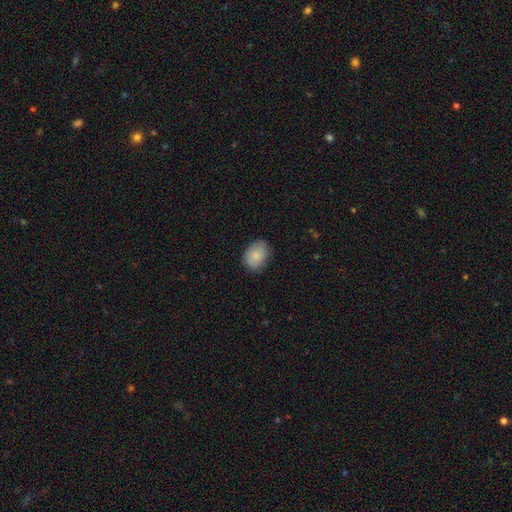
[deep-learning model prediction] smooth-or-featured: smooth: 80% | featured or disk: 13% | star or artifact: 7%
  how-rounded: in between: 59% | round: 40% | cigar-shaped: 1%
  merging: none: 79% | minor disturbance: 17% | major disturbance: 3% | merger: 1%